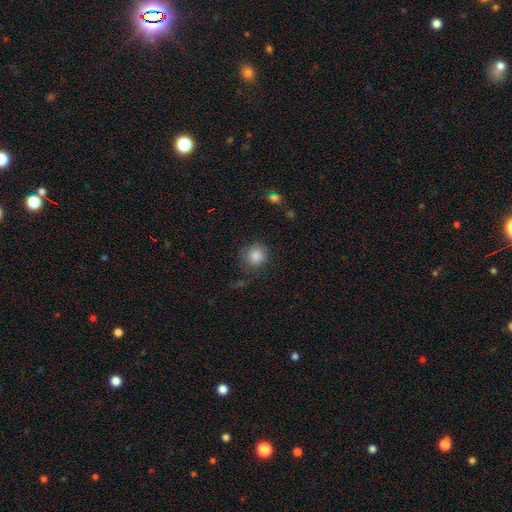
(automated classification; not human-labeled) The model was most divided on "merging": none: 78%, minor disturbance: 15%, major disturbance: 5%, merger: 2%. More confident: how rounded — round (89%); smooth or featured — smooth (86%).